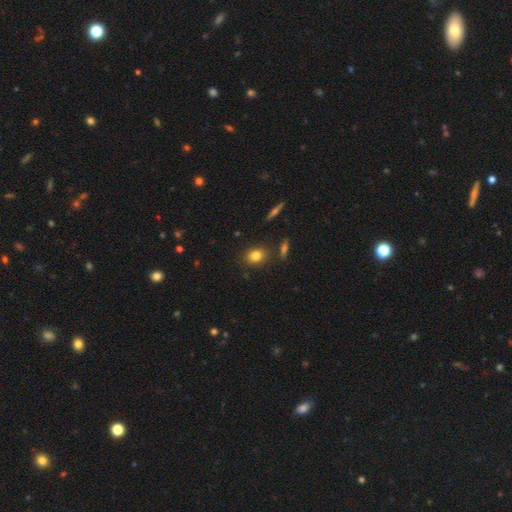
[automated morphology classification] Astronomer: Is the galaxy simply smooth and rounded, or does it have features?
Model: smooth — 81%.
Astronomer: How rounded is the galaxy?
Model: round — 53% (runner-up: in between, 45%).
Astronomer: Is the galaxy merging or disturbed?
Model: none — 84%.